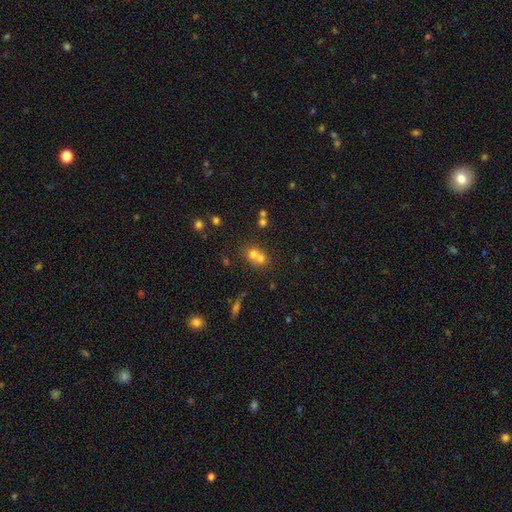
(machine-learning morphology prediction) The model was most divided on "merging": merger: 59%, none: 33%, minor disturbance: 5%, major disturbance: 3%. More confident: how rounded — round (76%); smooth or featured — smooth (65%).